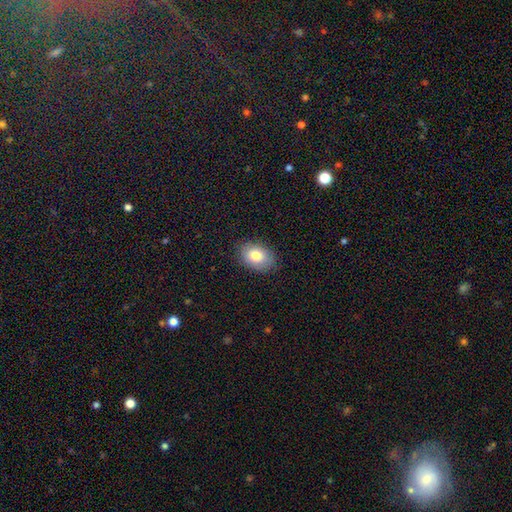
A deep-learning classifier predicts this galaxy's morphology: Smooth or featured? Predicted: smooth (p=0.79). How rounded? Predicted: in between (p=0.83). Merging? Predicted: none (p=0.84).